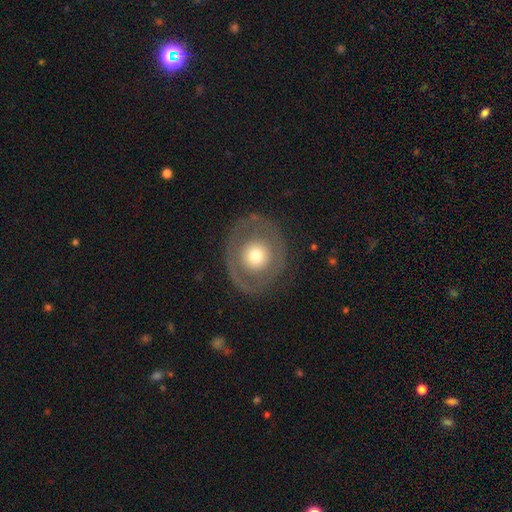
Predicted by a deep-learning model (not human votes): Q: Smooth or featured?
A: smooth (47%); runner-up: featured or disk (46%)
Q: Merging?
A: none (78%); runner-up: minor disturbance (12%)